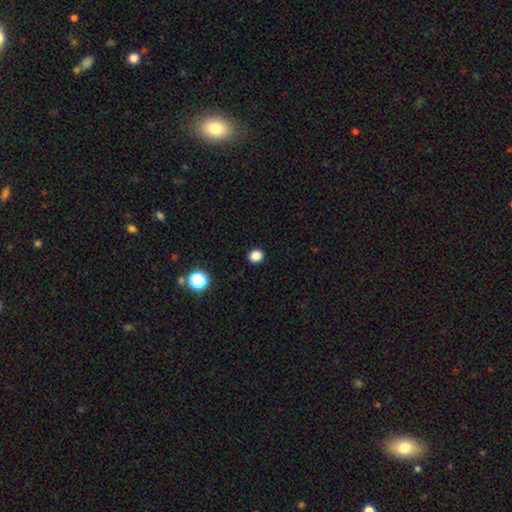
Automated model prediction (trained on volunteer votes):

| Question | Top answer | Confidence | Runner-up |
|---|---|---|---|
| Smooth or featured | smooth | 85% | star or artifact (13%) |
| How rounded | round | 85% | in between (14%) |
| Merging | none | 92% | minor disturbance (5%) |